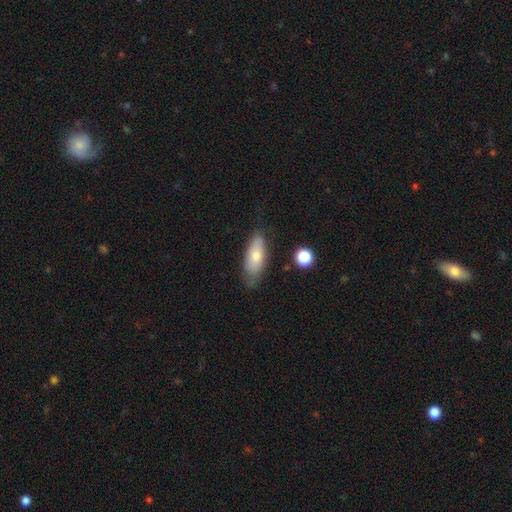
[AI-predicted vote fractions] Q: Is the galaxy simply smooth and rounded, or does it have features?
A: smooth — 72%.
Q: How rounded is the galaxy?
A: in between — 78%.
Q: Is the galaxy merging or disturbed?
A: none — 64%.